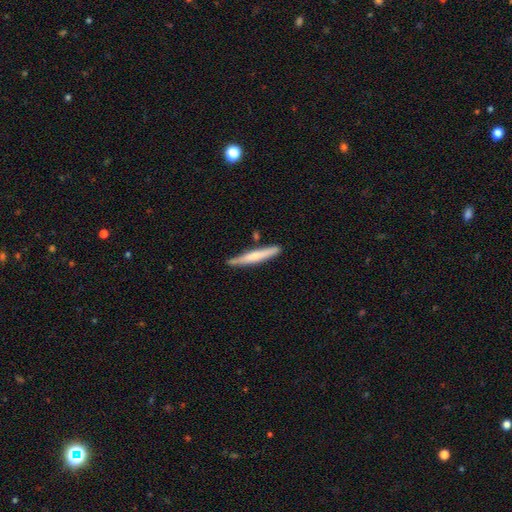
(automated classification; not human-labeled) A smooth galaxy with no disk features (58%) that is cigar-shaped (94%).

Vote fractions:
- Smooth or featured? smooth: 58% / featured or disk: 36% / star or artifact: 5%
- How rounded? cigar-shaped: 94% / in between: 5% / round: 1%
- Merging? none: 79% / minor disturbance: 14% / merger: 4% / major disturbance: 2%